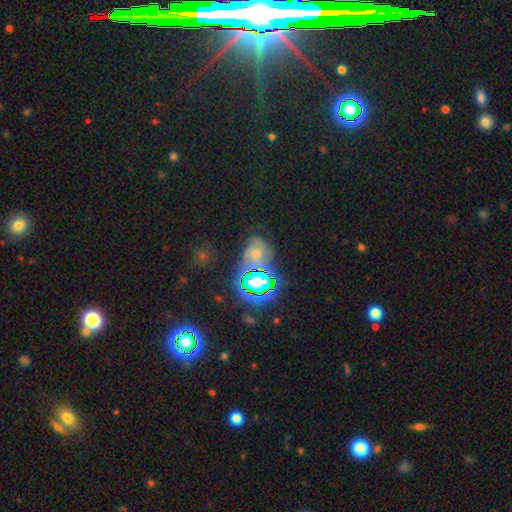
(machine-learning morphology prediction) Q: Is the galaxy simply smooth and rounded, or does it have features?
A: star or artifact — 46%.